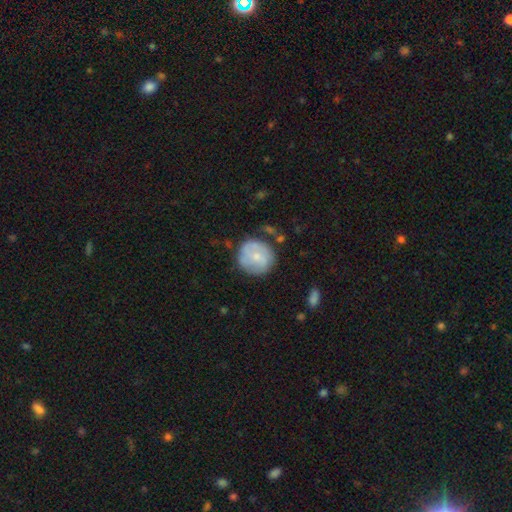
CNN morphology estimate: smooth-or-featured: smooth: 55% | featured or disk: 38% | star or artifact: 7%
  how-rounded: round: 90% | in between: 9% | cigar-shaped: 1%
  merging: none: 72% | minor disturbance: 19% | major disturbance: 6% | merger: 3%